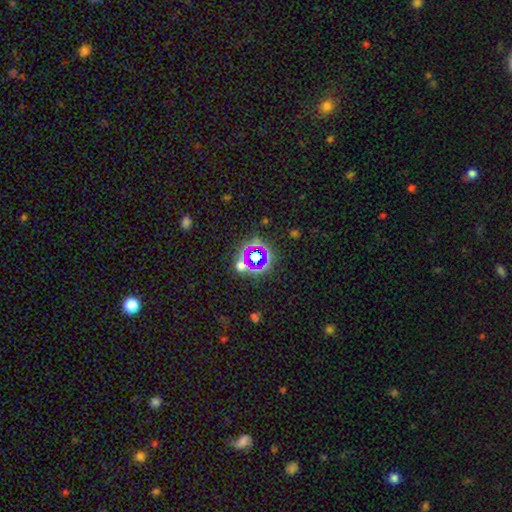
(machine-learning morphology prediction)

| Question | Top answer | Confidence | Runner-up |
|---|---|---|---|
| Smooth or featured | star or artifact | 60% | smooth (27%) |